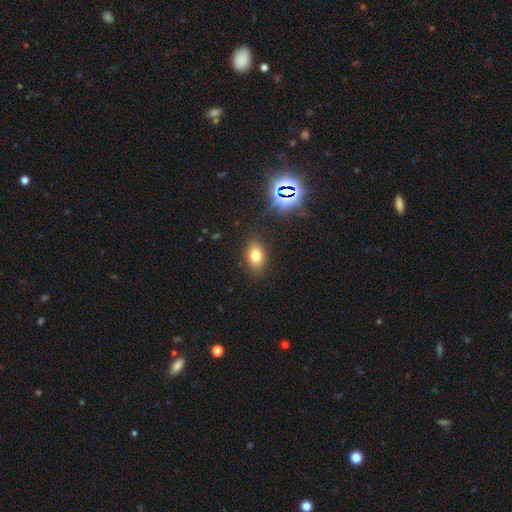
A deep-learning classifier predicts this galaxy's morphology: Smooth or featured: smooth — 73% (star or artifact — 17%)
How rounded: in between — 81% (round — 16%)
Merging: none — 86% (minor disturbance — 10%)